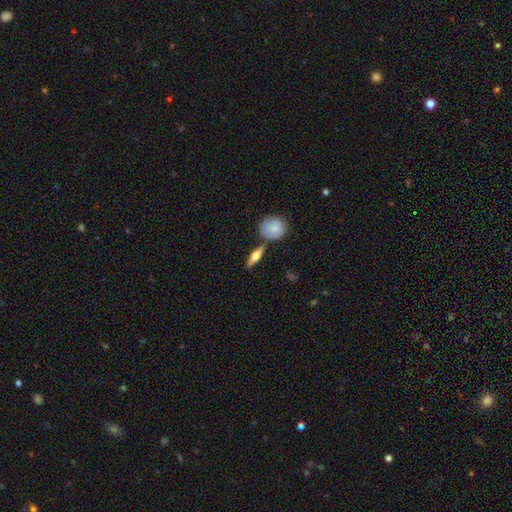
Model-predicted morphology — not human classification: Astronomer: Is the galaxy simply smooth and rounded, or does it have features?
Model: featured or disk — 53% (runner-up: smooth, 40%).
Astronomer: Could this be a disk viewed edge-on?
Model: yes — 93%.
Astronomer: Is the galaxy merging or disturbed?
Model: none — 79%.